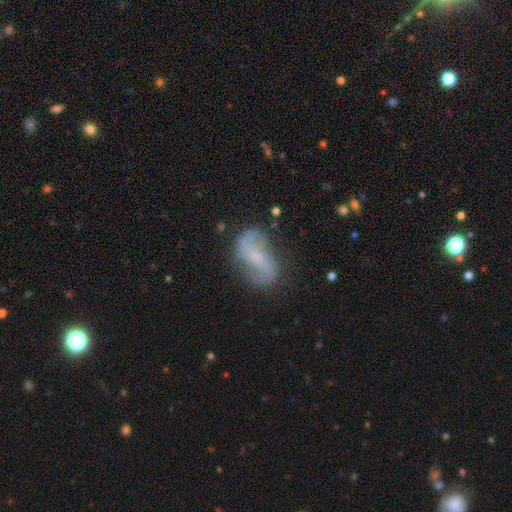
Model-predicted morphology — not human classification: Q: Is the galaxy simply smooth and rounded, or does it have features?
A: featured or disk — 76%.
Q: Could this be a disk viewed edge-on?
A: no — 97%.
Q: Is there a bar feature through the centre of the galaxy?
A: weak — 43%.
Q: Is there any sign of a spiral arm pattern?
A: yes — 91%.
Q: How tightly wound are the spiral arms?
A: loose — 58%.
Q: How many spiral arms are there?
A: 2 — 89%.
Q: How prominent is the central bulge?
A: small — 51%.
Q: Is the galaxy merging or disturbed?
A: none — 71%.